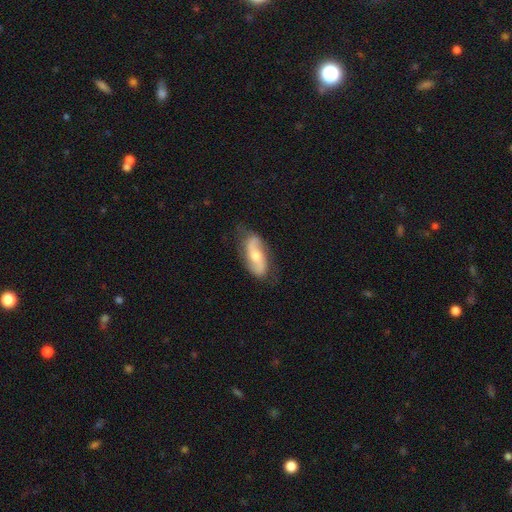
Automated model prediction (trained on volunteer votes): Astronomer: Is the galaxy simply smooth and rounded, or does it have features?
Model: featured or disk — 68%.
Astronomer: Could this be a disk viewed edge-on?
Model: no — 91%.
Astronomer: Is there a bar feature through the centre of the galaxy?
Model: no — 52% (runner-up: weak, 35%).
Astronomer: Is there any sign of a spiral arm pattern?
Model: yes — 90%.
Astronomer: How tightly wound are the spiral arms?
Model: loose — 58%.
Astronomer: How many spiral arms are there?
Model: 2 — 89%.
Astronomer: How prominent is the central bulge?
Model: moderate — 66%.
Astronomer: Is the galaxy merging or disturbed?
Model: none — 71%.